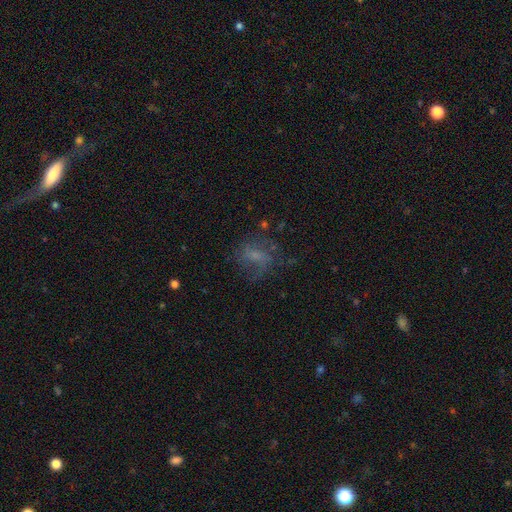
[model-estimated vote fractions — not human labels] featured or disk 43%, smooth 39%, star or artifact 18%. Down the decision tree: merging — none (53%).